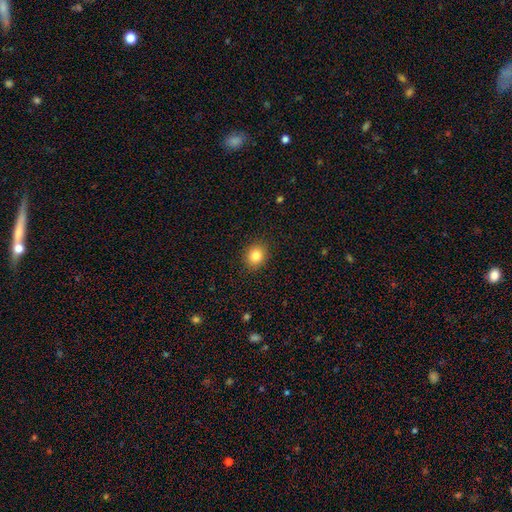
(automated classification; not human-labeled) A smooth galaxy with no disk features (83%) that is round (70%).

Vote fractions:
- Smooth or featured? smooth: 83% / star or artifact: 10% / featured or disk: 6%
- How rounded? round: 70% / in between: 29% / cigar-shaped: 1%
- Merging? none: 90% / minor disturbance: 7% / major disturbance: 2% / merger: 1%